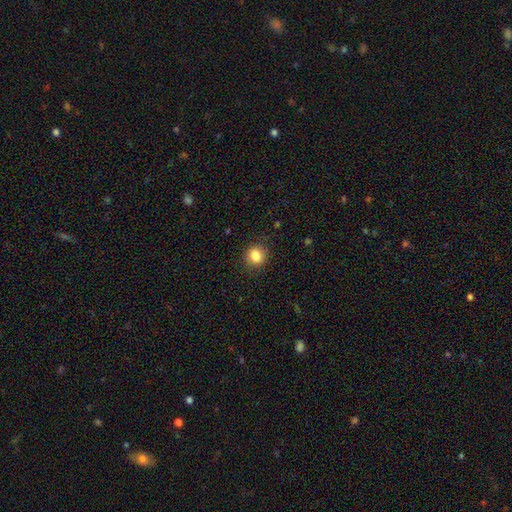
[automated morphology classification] This appears to be a smooth galaxy with no disk features (84%) that is round (76%). Merging: none (87%).